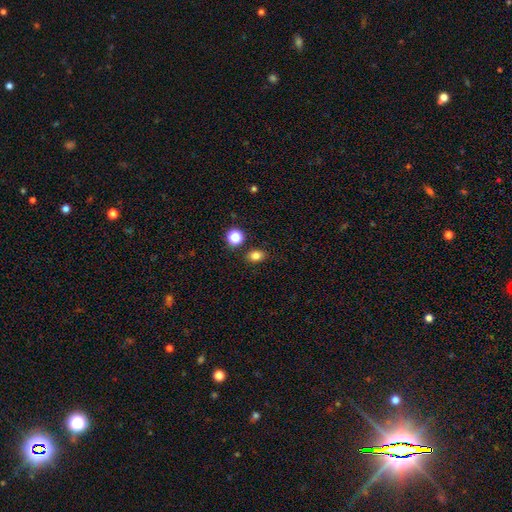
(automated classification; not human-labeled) smooth-or-featured: smooth: 81% | star or artifact: 13% | featured or disk: 6%
  how-rounded: in between: 64% | round: 35% | cigar-shaped: 1%
  merging: none: 81% | minor disturbance: 10% | merger: 5% | major disturbance: 3%